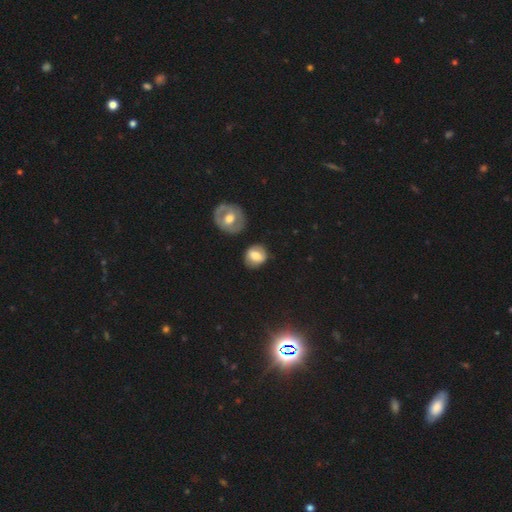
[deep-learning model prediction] Q: Smooth or featured?
A: smooth (68%); runner-up: featured or disk (24%)
Q: How rounded?
A: round (62%); runner-up: in between (37%)
Q: Merging?
A: none (75%); runner-up: minor disturbance (16%)